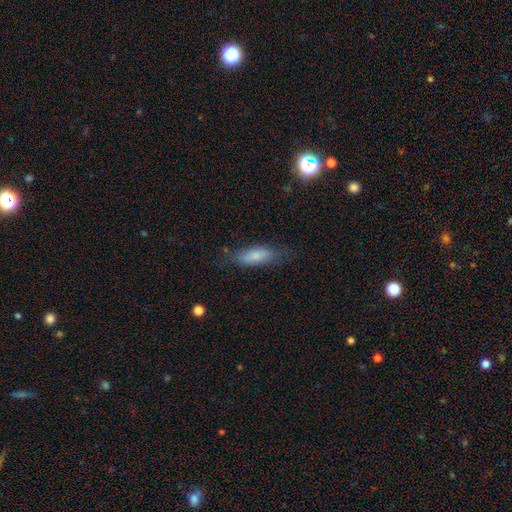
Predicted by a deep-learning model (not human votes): This appears to be a smooth galaxy with no disk features (73%) that is in between round and cigar-shaped (62%). Merging: none (67%).